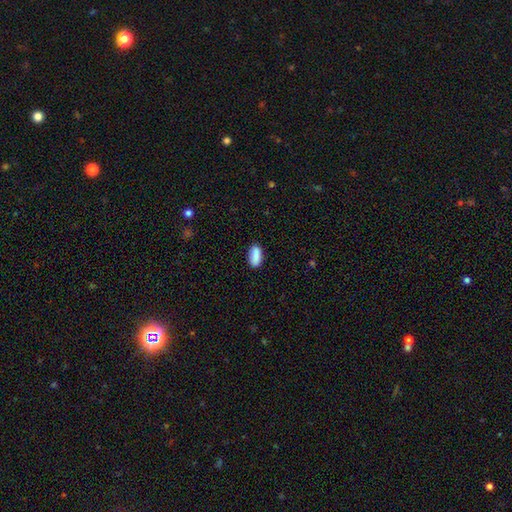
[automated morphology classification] Smooth or featured: smooth — 88% (star or artifact — 7%)
How rounded: in between — 85% (cigar-shaped — 12%)
Merging: none — 86% (minor disturbance — 10%)